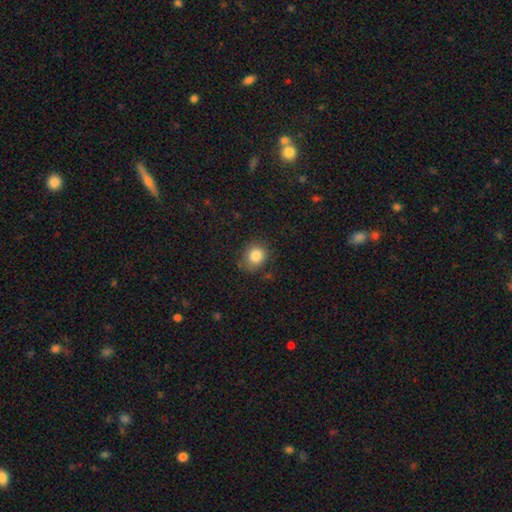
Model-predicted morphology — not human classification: Smooth or featured: smooth — 84% (star or artifact — 10%)
How rounded: round — 73% (in between — 26%)
Merging: none — 77% (minor disturbance — 17%)